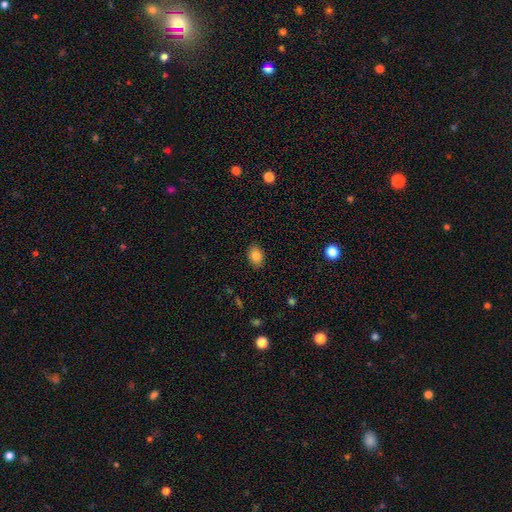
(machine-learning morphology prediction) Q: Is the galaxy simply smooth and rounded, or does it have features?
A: smooth — 86%.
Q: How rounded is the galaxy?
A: in between — 71%.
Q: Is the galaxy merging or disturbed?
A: none — 88%.